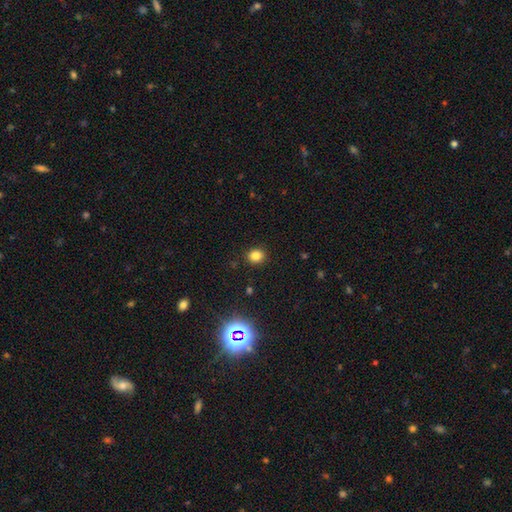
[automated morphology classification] The model was most divided on "how rounded": round: 73%, in between: 26%, cigar-shaped: 1%. More confident: merging — none (90%); smooth or featured — smooth (82%).